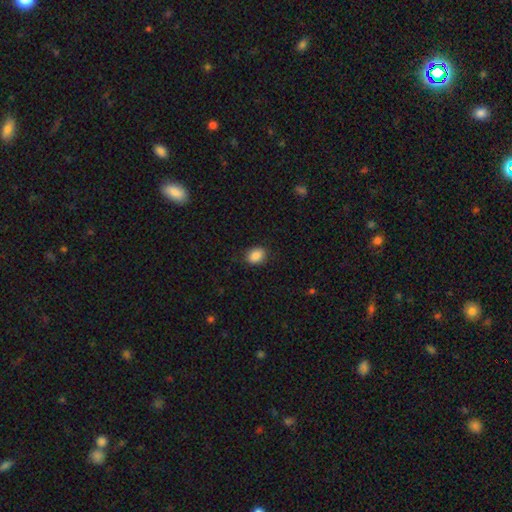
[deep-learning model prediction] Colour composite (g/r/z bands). It shows a smooth galaxy with no disk features (87%) that is in between round and cigar-shaped (58%). Merging: none (86%).